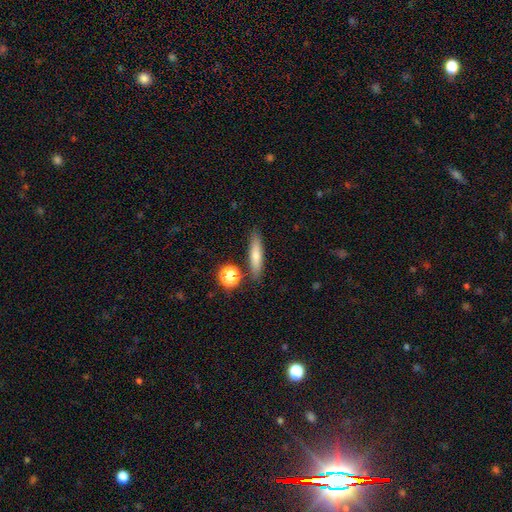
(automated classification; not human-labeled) Smooth or featured: smooth — 65% (featured or disk — 26%)
How rounded: cigar-shaped — 78% (in between — 18%)
Merging: none — 84% (minor disturbance — 9%)